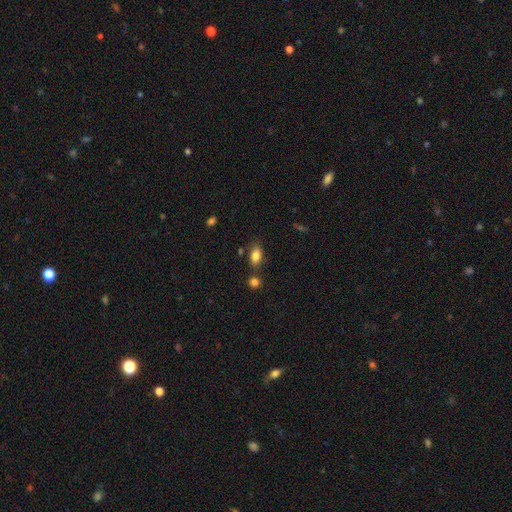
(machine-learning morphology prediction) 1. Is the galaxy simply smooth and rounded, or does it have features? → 83% smooth, 9% star or artifact, 8% featured or disk.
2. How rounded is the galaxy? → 87% in between, 9% round, 4% cigar-shaped.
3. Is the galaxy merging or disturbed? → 72% none, 14% minor disturbance, 10% merger, 4% major disturbance.